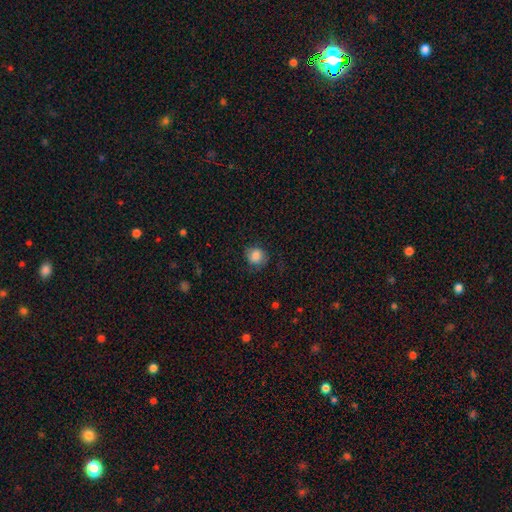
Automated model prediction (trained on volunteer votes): Smooth or featured? smooth (84%)
How rounded? round (82%)
Merging? none (75%)